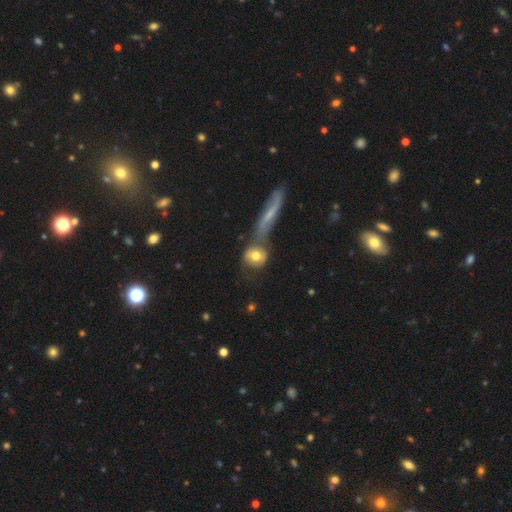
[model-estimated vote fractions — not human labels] smooth_or_featured: smooth (p=0.63) [alt: featured or disk p=0.30]
how_rounded: round (p=0.68) [alt: in between p=0.26]
merging: merger (p=0.38) [alt: none p=0.37]